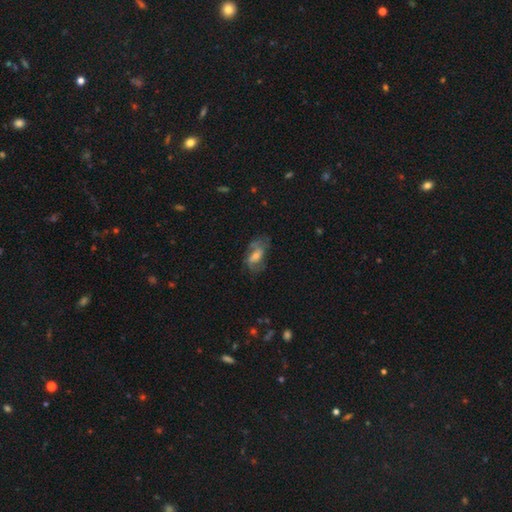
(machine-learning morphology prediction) Smooth or featured: featured or disk — 58% (smooth — 33%)
Edge-on disk: no — 95% (yes — 5%)
Bar: weak — 43% (no — 40%)
Spiral arms: yes — 79% (no — 21%)
Bulge size: moderate — 42% (small — 35%)
Merging: none — 54% (minor disturbance — 23%)